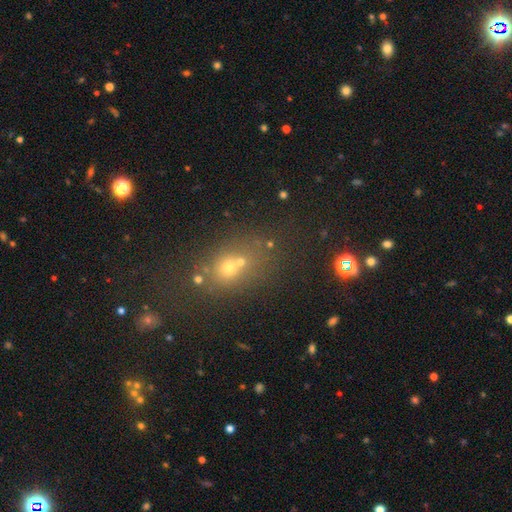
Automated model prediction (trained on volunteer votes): smooth 47%, star or artifact 38%, featured or disk 15%. Down the decision tree: merging — none (63%).